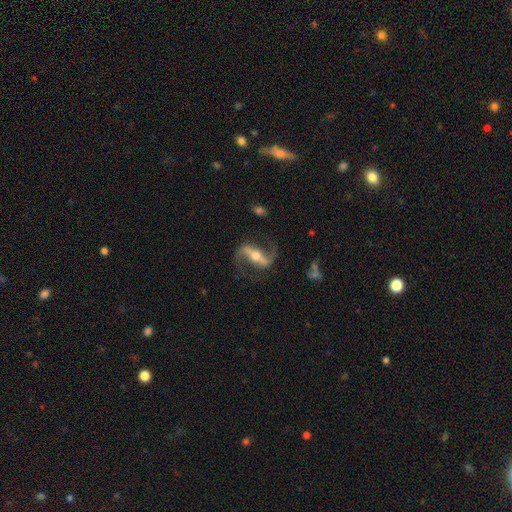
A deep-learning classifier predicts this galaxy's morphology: This appears to be a featured or disk galaxy (89%) with a strong bar (66%), 2 (93%) loose (49%) spiral arms (96%) and a moderate central bulge (60%). Merging: none (78%).